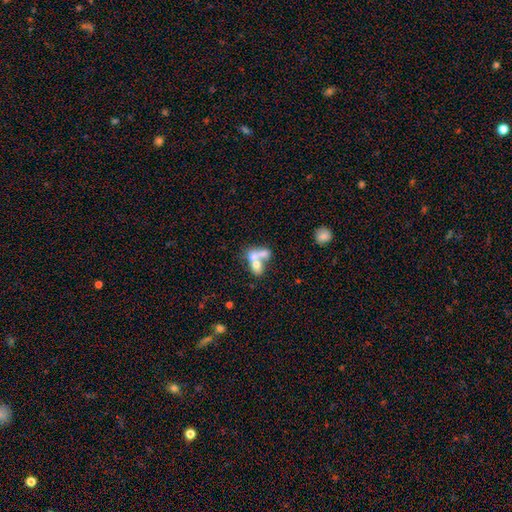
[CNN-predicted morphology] Smooth or featured? smooth (61%)
How rounded? in between (64%)
Merging? merger (72%)